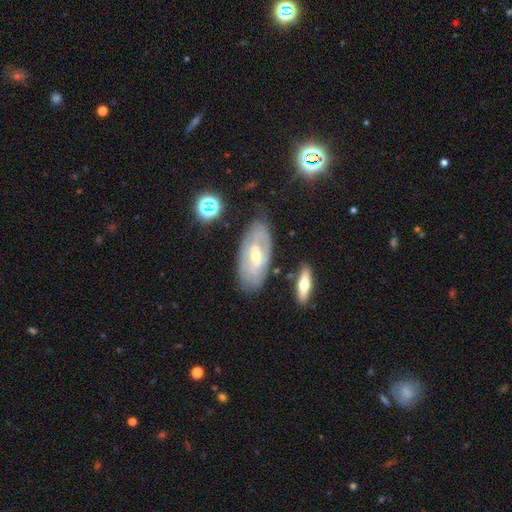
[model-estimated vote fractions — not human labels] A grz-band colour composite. It shows a featured or disk galaxy (72%) with a weak bar (43%), spiral arms (66%) and a moderate central bulge (56%). Merging: none (76%).